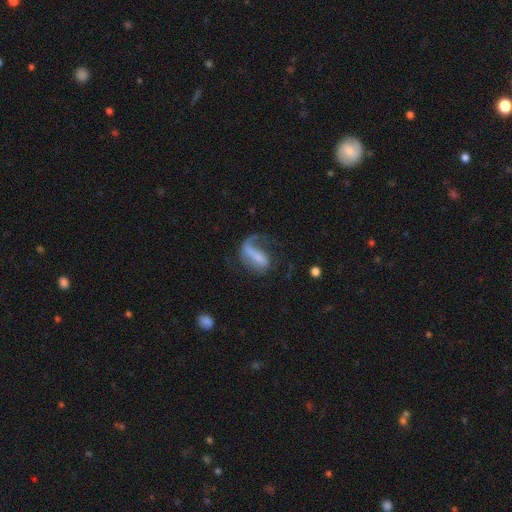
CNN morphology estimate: smooth_or_featured: featured or disk (p=0.52) [alt: smooth p=0.40]
disk_edge_on: no (p=0.92) [alt: yes p=0.08]
merging: major disturbance (p=0.48) [alt: none p=0.30]